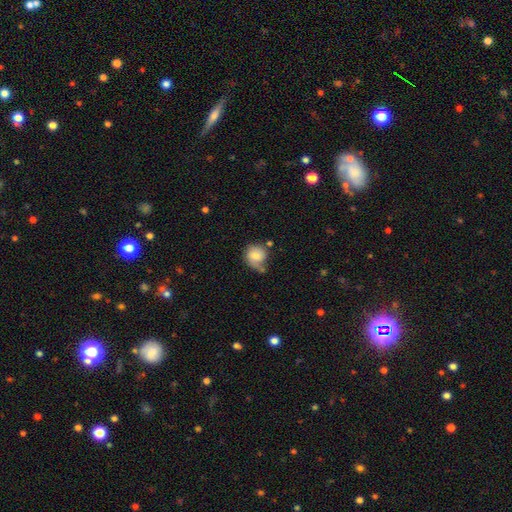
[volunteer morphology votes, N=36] This appears to be a smooth galaxy with no disk features (58%) that is round (90%). Merging: minor disturbance (45%).